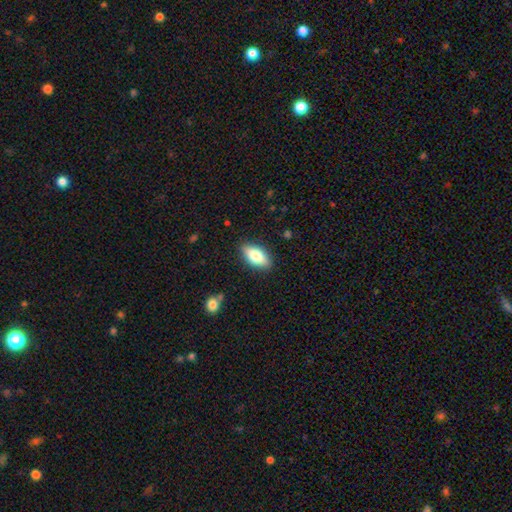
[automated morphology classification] Smooth or featured: smooth — 75% (featured or disk — 18%)
How rounded: in between — 86% (cigar-shaped — 11%)
Merging: none — 86% (minor disturbance — 10%)